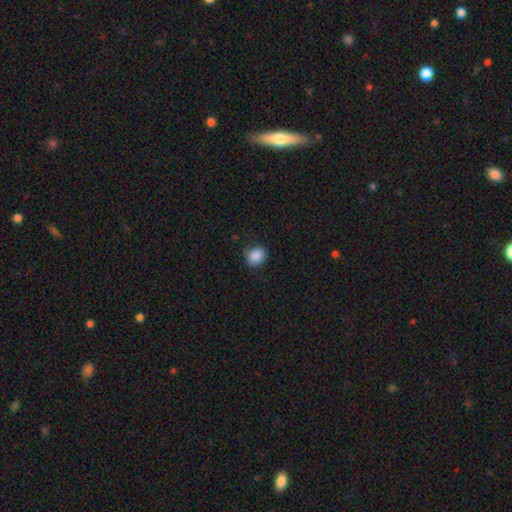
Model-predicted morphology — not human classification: Smooth or featured? Predicted: smooth (p=0.88). How rounded? Predicted: round (p=0.61). Merging? Predicted: none (p=0.79).